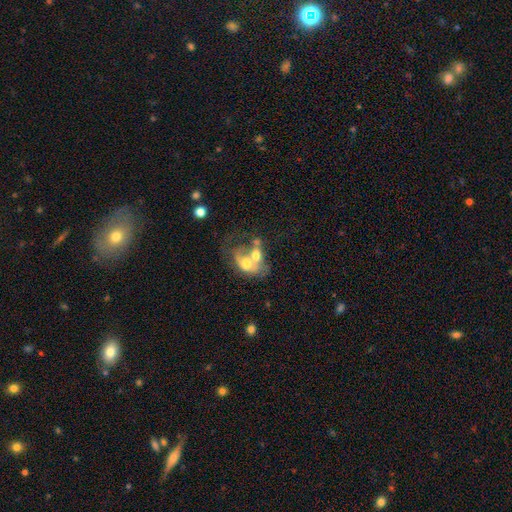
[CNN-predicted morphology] Smooth or featured: featured or disk — 47% (smooth — 44%)
Merging: merger — 69% (major disturbance — 13%)